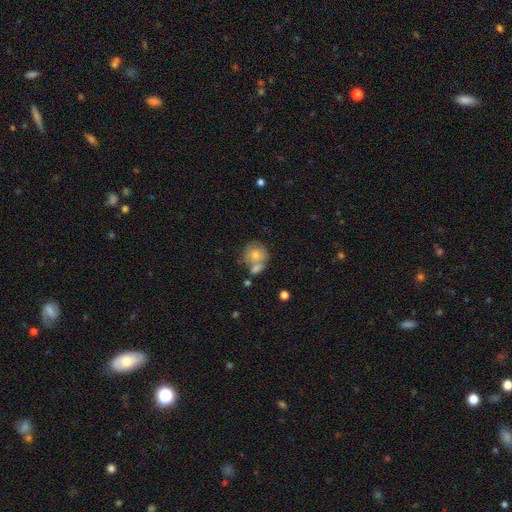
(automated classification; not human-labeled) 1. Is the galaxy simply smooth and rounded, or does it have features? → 68% smooth, 25% featured or disk, 8% star or artifact.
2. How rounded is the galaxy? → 80% round, 19% in between, 1% cigar-shaped.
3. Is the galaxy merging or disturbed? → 41% merger, 38% none, 15% minor disturbance, 6% major disturbance.